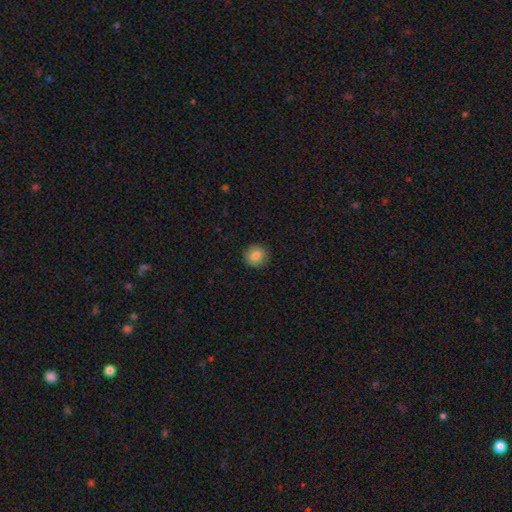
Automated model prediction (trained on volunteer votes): Smooth or featured?
  - smooth: 83% *
  - star or artifact: 9%
  - featured or disk: 8%
How rounded?
  - round: 92% *
  - in between: 7%
  - cigar-shaped: 1%
Merging?
  - none: 91% *
  - minor disturbance: 6%
  - major disturbance: 2%
  - merger: 1%